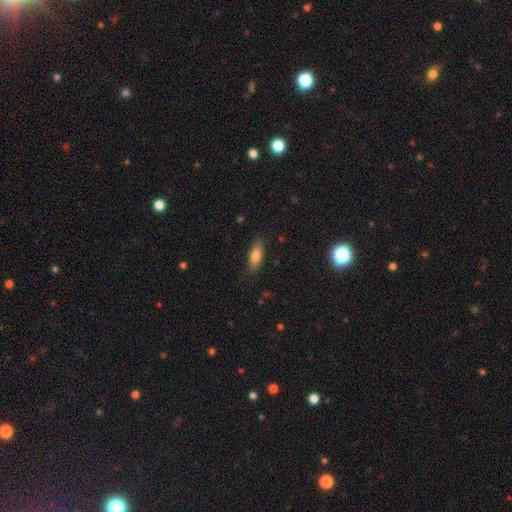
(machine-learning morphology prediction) The model was most divided on "how rounded": in between: 71%, cigar-shaped: 27%, round: 2%. More confident: merging — none (83%); smooth or featured — smooth (80%).